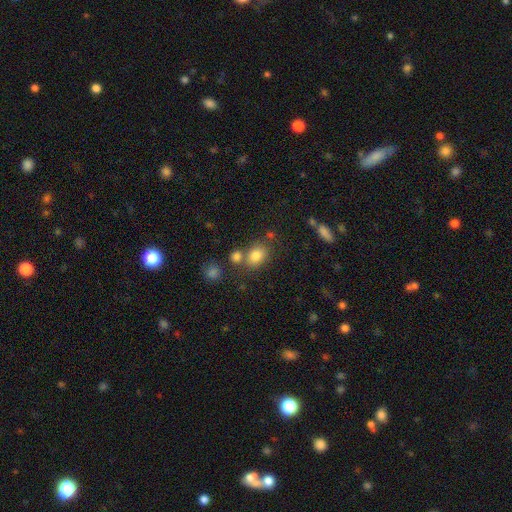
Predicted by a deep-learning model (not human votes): smooth 81%, star or artifact 11%, featured or disk 8%. Down the decision tree: how rounded — in between (62%); merging — none (60%).